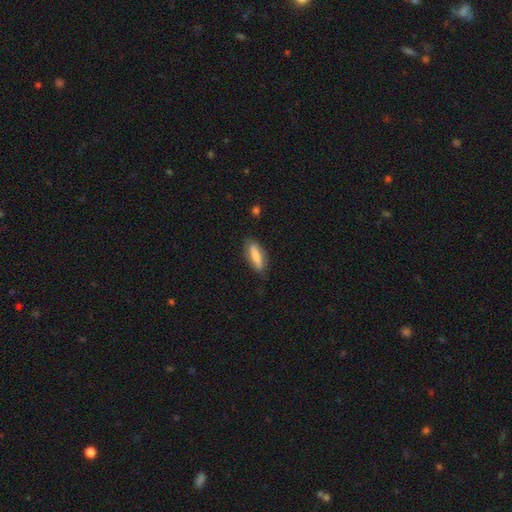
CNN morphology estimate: Q: Smooth or featured?
A: smooth (76%); runner-up: featured or disk (18%)
Q: How rounded?
A: cigar-shaped (56%); runner-up: in between (42%)
Q: Merging?
A: none (81%); runner-up: minor disturbance (15%)